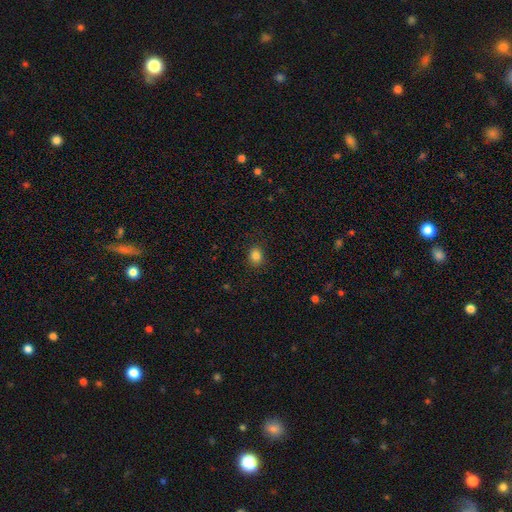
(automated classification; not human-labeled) smooth_or_featured: smooth (p=0.84) [alt: star or artifact p=0.12]
how_rounded: round (p=0.63) [alt: in between p=0.36]
merging: none (p=0.88) [alt: minor disturbance p=0.09]